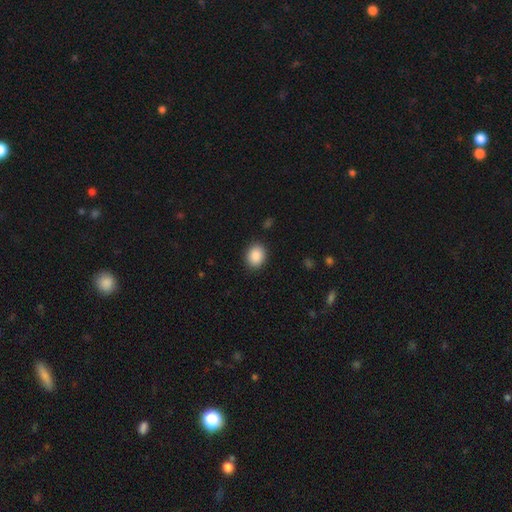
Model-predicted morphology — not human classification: smooth 88%, star or artifact 8%, featured or disk 4%. Down the decision tree: how rounded — in between (51%); merging — none (89%).